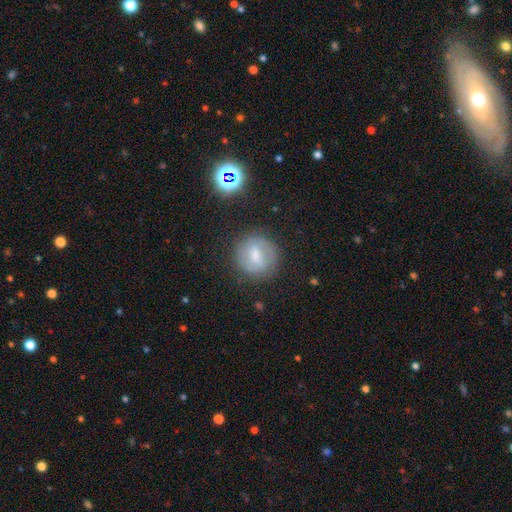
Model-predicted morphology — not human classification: A smooth galaxy with no disk features (46%).

Vote fractions:
- Smooth or featured? smooth: 46% / featured or disk: 44% / star or artifact: 10%
- Merging? none: 80% / minor disturbance: 13% / major disturbance: 5% / merger: 2%